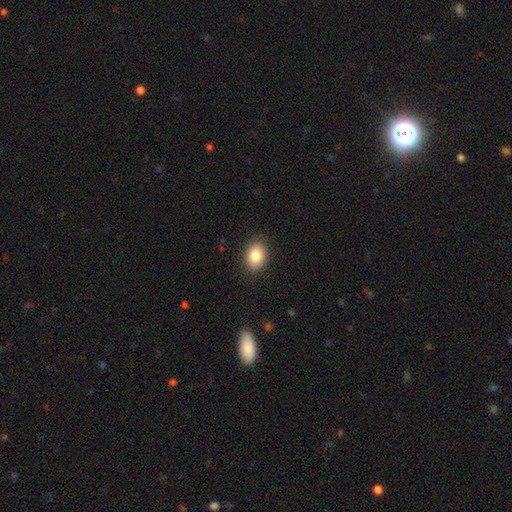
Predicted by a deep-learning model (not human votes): Overall: smooth (84%). How rounded: in between (71%). Merging: none (87%).